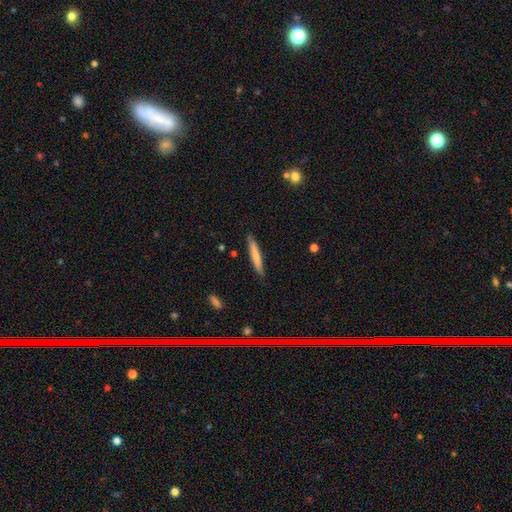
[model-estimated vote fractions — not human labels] Morphology: type=smooth (66%); roundness=cigar-shaped (94%); merging=none (88%).